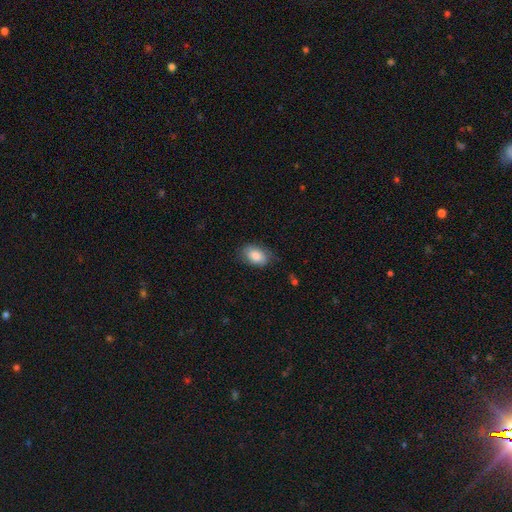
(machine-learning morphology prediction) Q: Smooth or featured?
A: smooth (82%); runner-up: featured or disk (11%)
Q: How rounded?
A: in between (88%); runner-up: round (10%)
Q: Merging?
A: none (72%); runner-up: minor disturbance (22%)